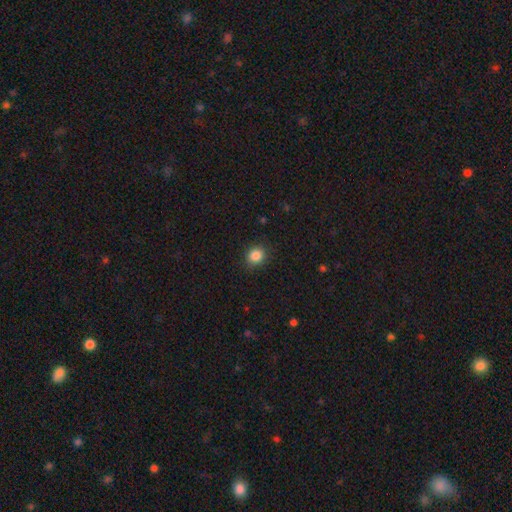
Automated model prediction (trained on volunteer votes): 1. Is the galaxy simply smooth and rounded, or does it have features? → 86% smooth, 10% star or artifact, 4% featured or disk.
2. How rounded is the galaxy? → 76% round, 23% in between, 1% cigar-shaped.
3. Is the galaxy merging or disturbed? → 88% none, 8% minor disturbance, 2% major disturbance, 1% merger.